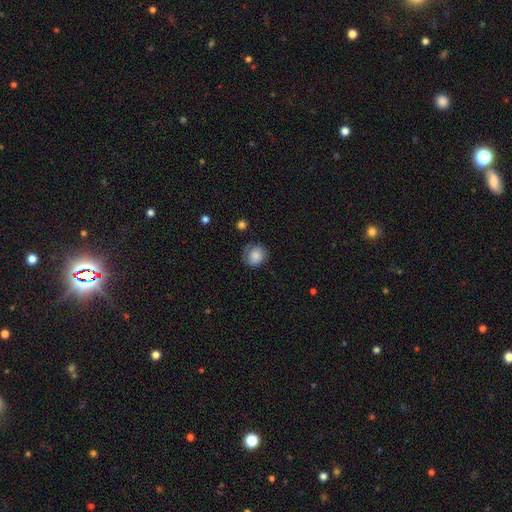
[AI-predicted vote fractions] This appears to be a smooth galaxy with no disk features (80%) that is round (75%). Merging: none (62%).